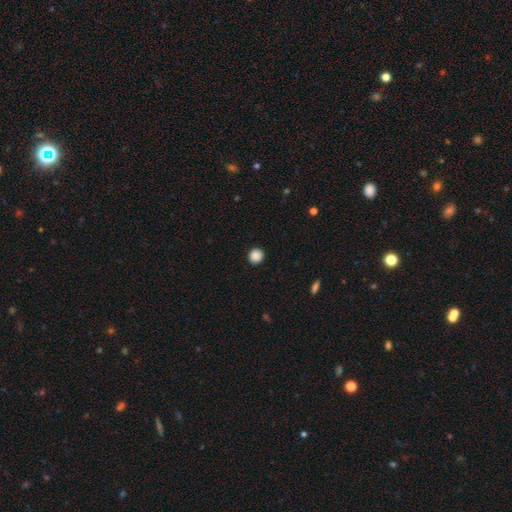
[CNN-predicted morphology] Q: Smooth or featured?
A: smooth (88%); runner-up: star or artifact (9%)
Q: How rounded?
A: round (92%); runner-up: in between (7%)
Q: Merging?
A: none (92%); runner-up: minor disturbance (5%)